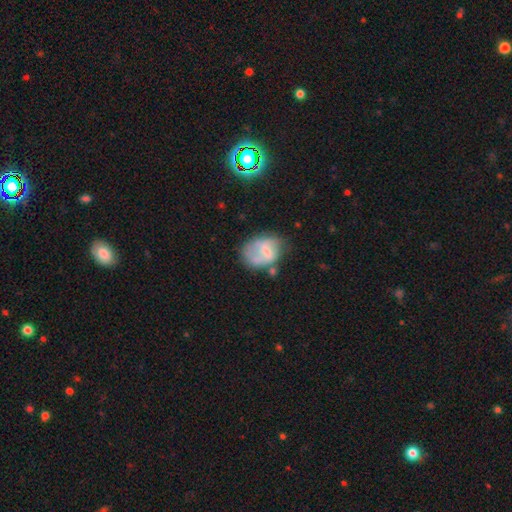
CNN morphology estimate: Smooth or featured?
  - smooth: 49% *
  - featured or disk: 43%
  - star or artifact: 8%
Merging?
  - none: 39% *
  - minor disturbance: 29%
  - major disturbance: 22%
  - merger: 10%